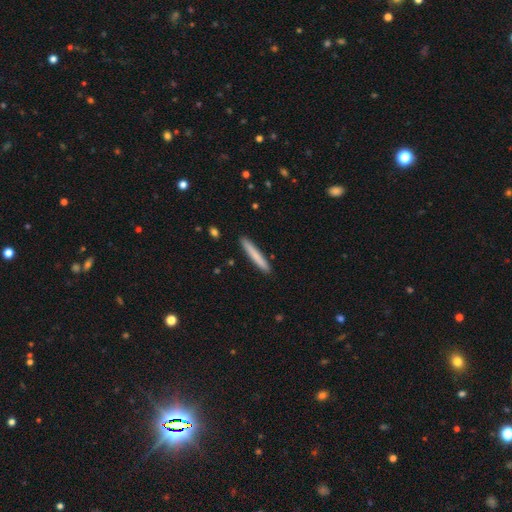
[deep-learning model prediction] This appears to be a smooth galaxy with no disk features (76%) that is cigar-shaped (96%). Merging: none (91%).